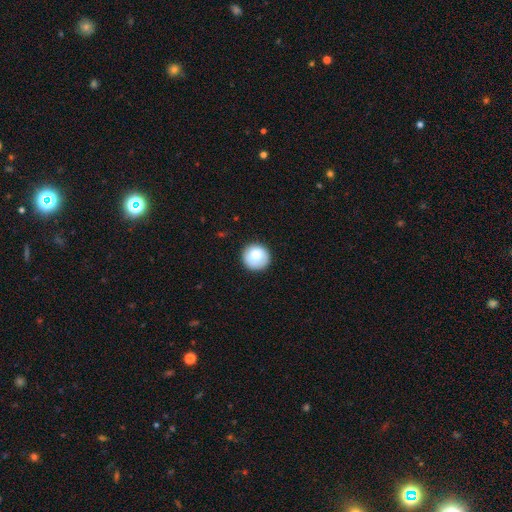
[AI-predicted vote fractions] Smooth or featured: smooth — 86% (star or artifact — 8%)
How rounded: round — 94% (in between — 5%)
Merging: none — 87% (minor disturbance — 10%)